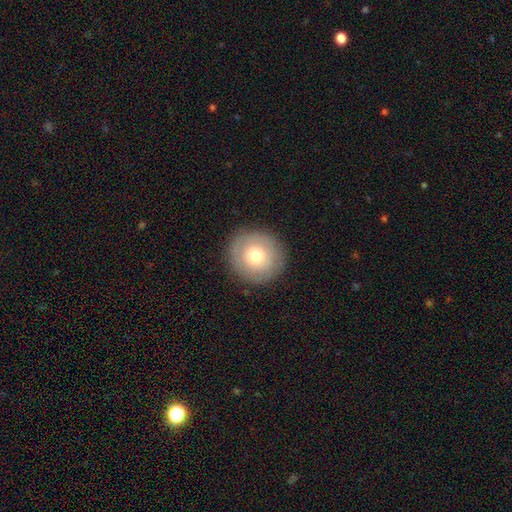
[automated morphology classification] This is likely a smooth galaxy (63%). How rounded: clearly round (94%). Merging: clearly none (88%).